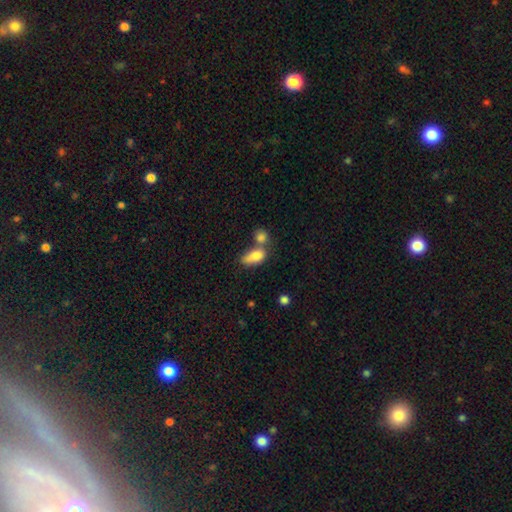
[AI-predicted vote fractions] Smooth or featured: smooth — 81% (featured or disk — 12%)
How rounded: in between — 84% (round — 9%)
Merging: merger — 46% (none — 30%)